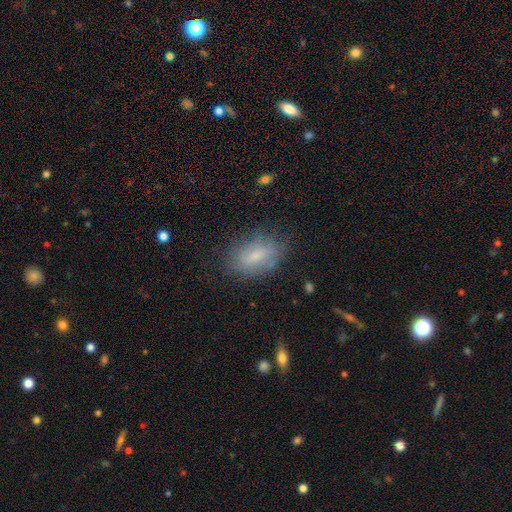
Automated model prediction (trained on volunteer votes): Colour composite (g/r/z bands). It shows a smooth galaxy with no disk features (72%) that is in between round and cigar-shaped (88%). Merging: none (75%).